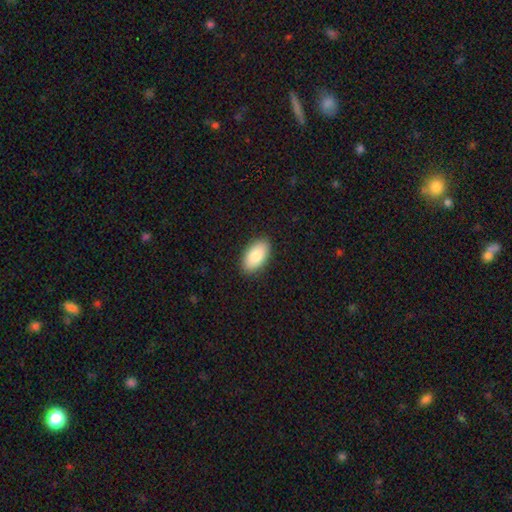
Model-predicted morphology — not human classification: smooth-or-featured: smooth: 85% | featured or disk: 9% | star or artifact: 6%
  how-rounded: in between: 95% | round: 3% | cigar-shaped: 2%
  merging: none: 89% | minor disturbance: 8% | major disturbance: 2% | merger: 1%